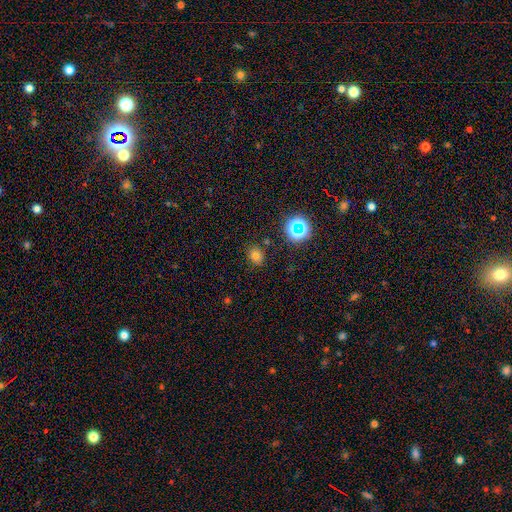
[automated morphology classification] Smooth or featured? smooth (71%)
How rounded? round (61%)
Merging? none (83%)